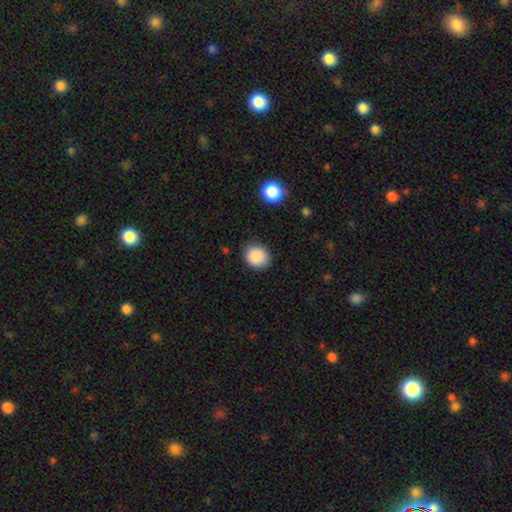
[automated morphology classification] A smooth galaxy with no disk features (88%) that is round (75%). Merging: none (85%).